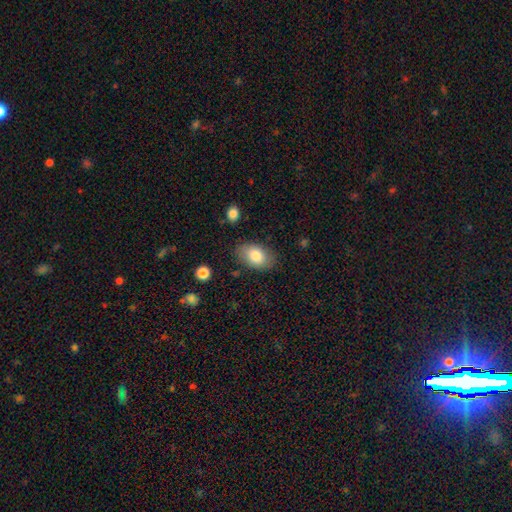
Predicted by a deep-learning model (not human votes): Smooth or featured: smooth — 81% (featured or disk — 12%)
How rounded: in between — 90% (round — 9%)
Merging: none — 80% (minor disturbance — 14%)